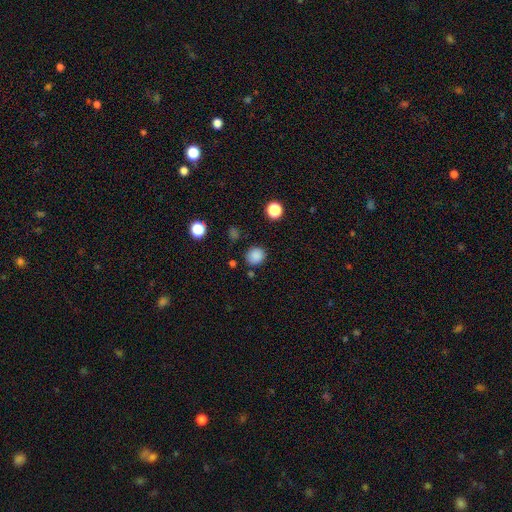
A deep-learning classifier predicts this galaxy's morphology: type=smooth (84%); roundness=round (85%); merging=none (83%).